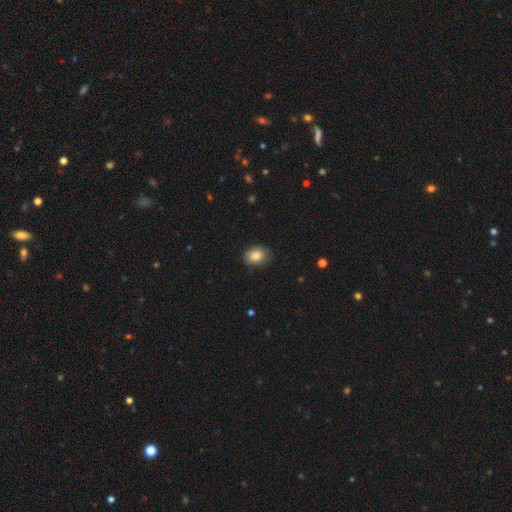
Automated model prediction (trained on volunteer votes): The model was most divided on "how rounded": in between: 66%, round: 34%, cigar-shaped: 1%. More confident: smooth or featured — smooth (84%); merging — none (83%).